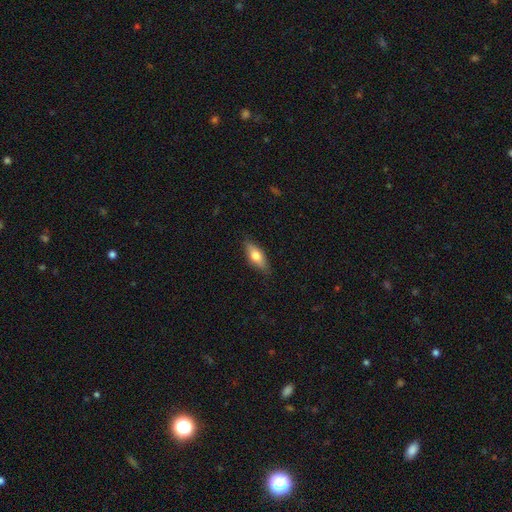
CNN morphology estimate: smooth-or-featured: smooth: 64% | featured or disk: 29% | star or artifact: 6%
  how-rounded: in between: 67% | cigar-shaped: 29% | round: 3%
  merging: none: 84% | minor disturbance: 13% | major disturbance: 2% | merger: 1%